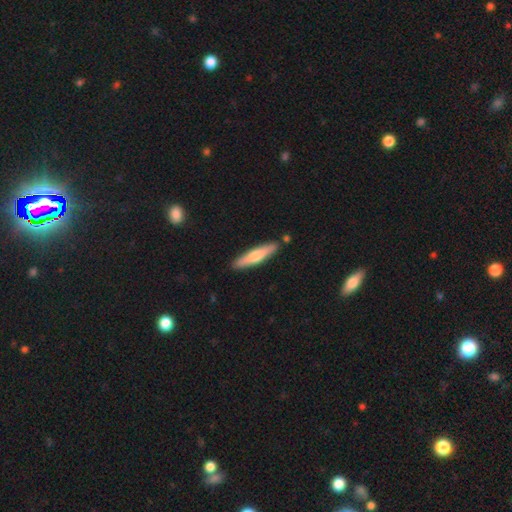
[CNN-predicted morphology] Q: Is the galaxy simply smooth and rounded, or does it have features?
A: smooth — 60%.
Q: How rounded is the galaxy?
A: cigar-shaped — 86%.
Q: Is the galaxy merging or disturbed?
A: none — 87%.